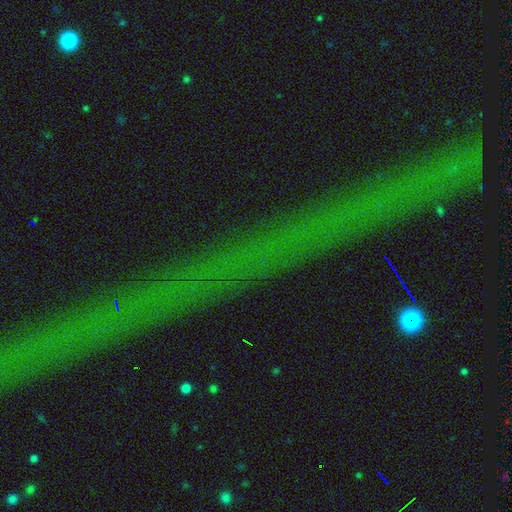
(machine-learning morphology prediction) A star or artifact, not a galaxy (76%).

Vote fractions:
- Smooth or featured? star or artifact: 76% / featured or disk: 15% / smooth: 9%